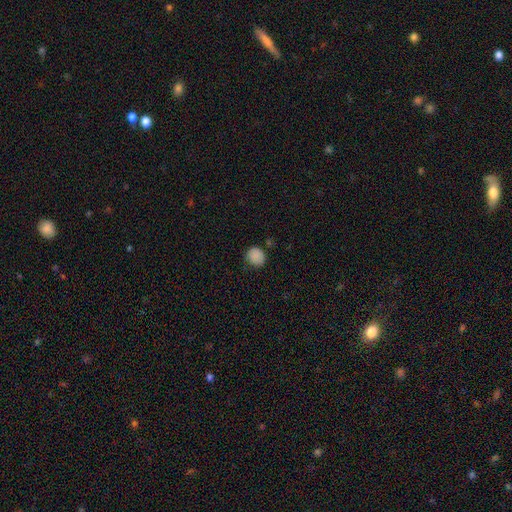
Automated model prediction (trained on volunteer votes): Overall: smooth (86%). How rounded: round (80%). Merging: none (77%).